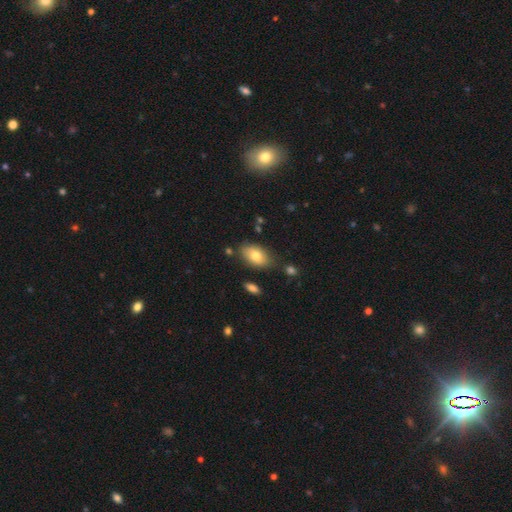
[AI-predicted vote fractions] smooth_or_featured: smooth (p=0.78) [alt: featured or disk p=0.15]
how_rounded: in between (p=0.91) [alt: round p=0.07]
merging: none (p=0.76) [alt: minor disturbance p=0.16]